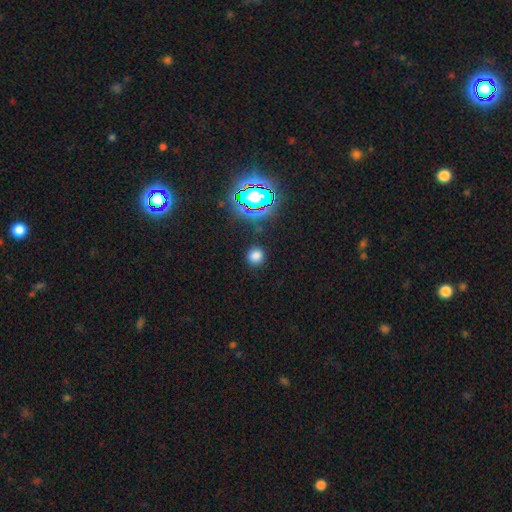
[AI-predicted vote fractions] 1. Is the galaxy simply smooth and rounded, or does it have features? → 73% smooth, 21% star or artifact, 6% featured or disk.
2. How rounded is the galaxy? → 91% round, 8% in between, 1% cigar-shaped.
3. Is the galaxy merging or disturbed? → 87% none, 8% minor disturbance, 3% major disturbance, 2% merger.